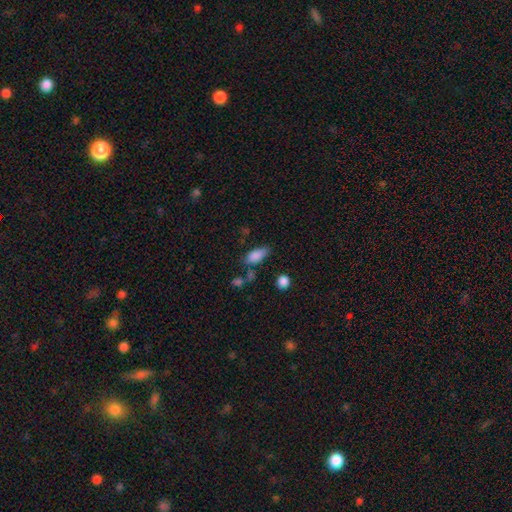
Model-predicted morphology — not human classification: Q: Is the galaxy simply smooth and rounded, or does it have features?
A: smooth — 84%.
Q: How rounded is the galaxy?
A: in between — 84%.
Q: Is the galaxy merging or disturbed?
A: none — 60%.